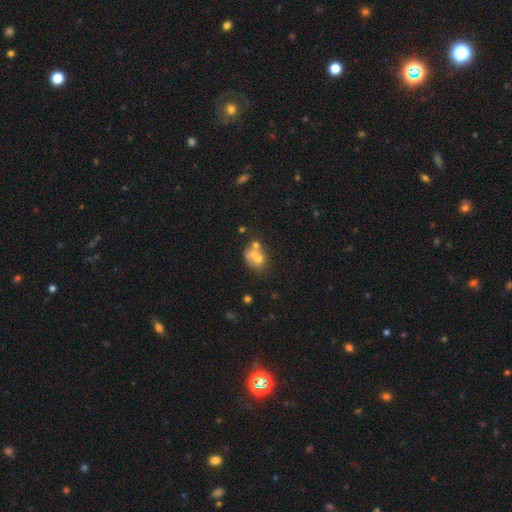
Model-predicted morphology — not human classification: Smooth or featured? smooth (53%)
How rounded? round (53%)
Merging? merger (50%)